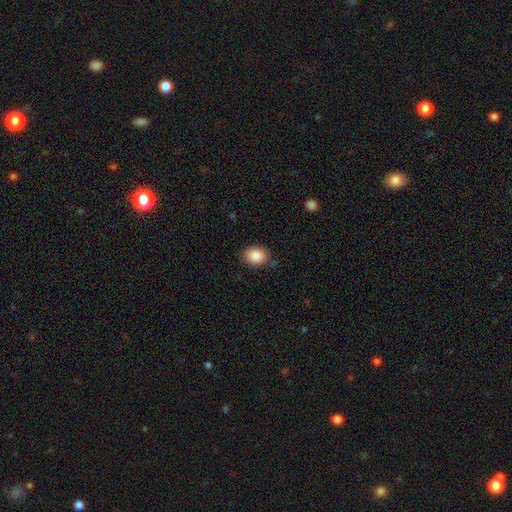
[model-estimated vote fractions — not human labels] Smooth or featured?
  - smooth: 87% *
  - star or artifact: 8%
  - featured or disk: 5%
How rounded?
  - in between: 60% *
  - round: 39%
  - cigar-shaped: 1%
Merging?
  - none: 79% *
  - minor disturbance: 16%
  - major disturbance: 3%
  - merger: 2%